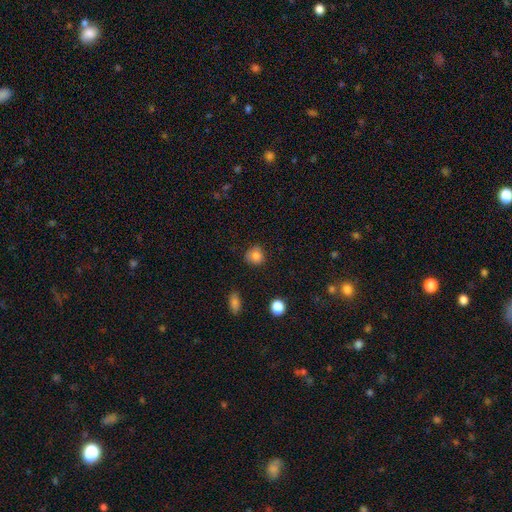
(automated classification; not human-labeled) A smooth galaxy with no disk features (81%) that is round (83%). Merging: none (76%).